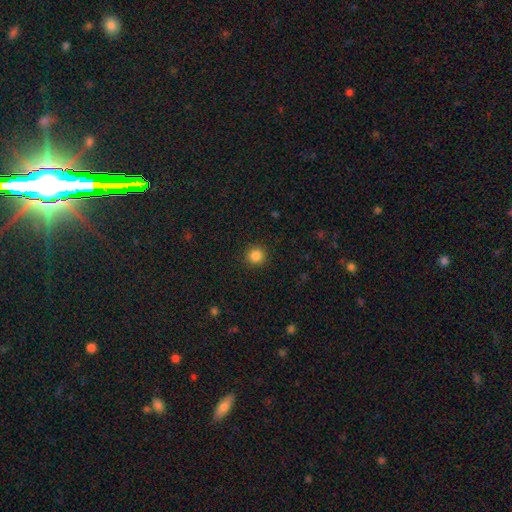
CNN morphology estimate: Smooth or featured? smooth (85%)
How rounded? round (94%)
Merging? none (91%)